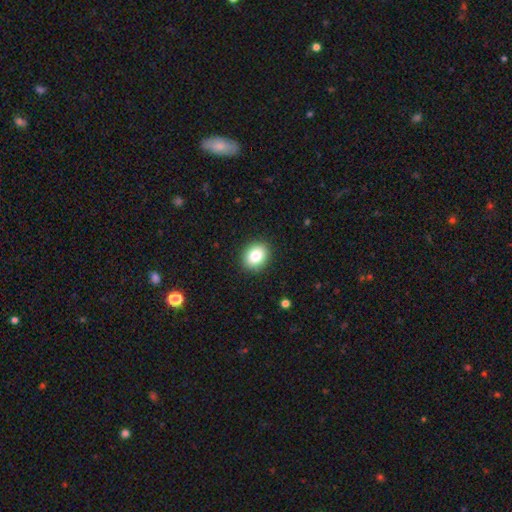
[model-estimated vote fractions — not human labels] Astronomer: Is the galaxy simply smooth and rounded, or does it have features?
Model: smooth — 83%.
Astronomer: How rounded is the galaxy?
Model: round — 55% (runner-up: in between, 44%).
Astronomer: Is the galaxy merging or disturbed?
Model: none — 90%.